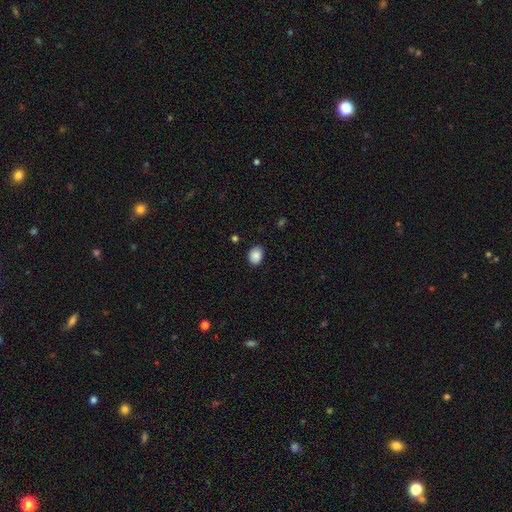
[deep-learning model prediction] This appears to be a smooth galaxy with no disk features (88%) that is in between round and cigar-shaped (60%). Merging: none (86%).